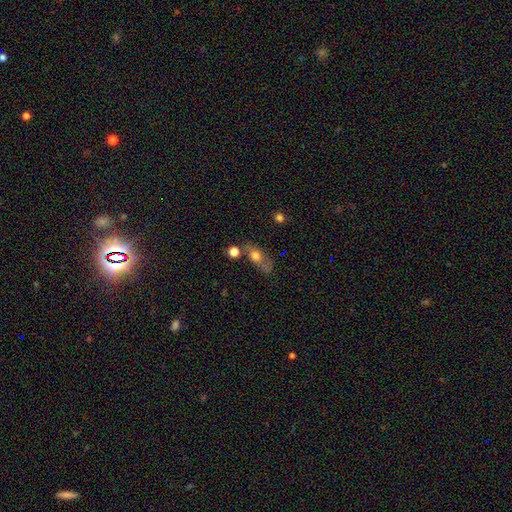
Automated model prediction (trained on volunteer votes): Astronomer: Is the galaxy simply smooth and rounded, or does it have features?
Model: smooth — 57% (runner-up: featured or disk, 33%).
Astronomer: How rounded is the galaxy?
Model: in between — 66%.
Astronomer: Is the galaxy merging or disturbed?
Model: none — 49%.